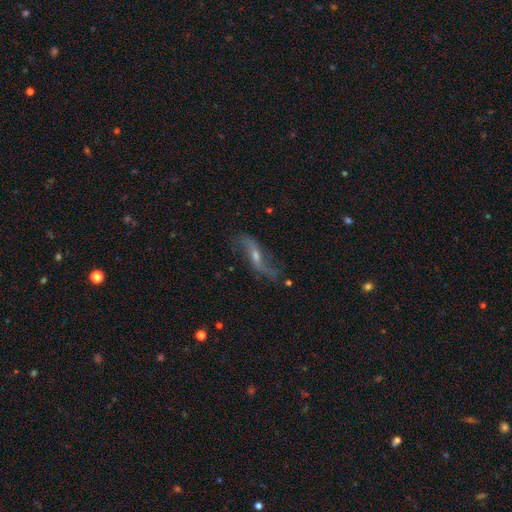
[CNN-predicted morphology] Smooth or featured? Predicted: featured or disk (p=0.81). Edge-on disk? Predicted: no (p=0.82). Bar? Predicted: no (p=0.46). Spiral arms? Predicted: yes (p=0.92). Spiral winding? Predicted: loose (p=0.88). Spiral arm count? Predicted: 2 (p=0.91). Bulge size? Predicted: small (p=0.49). Merging? Predicted: none (p=0.71).